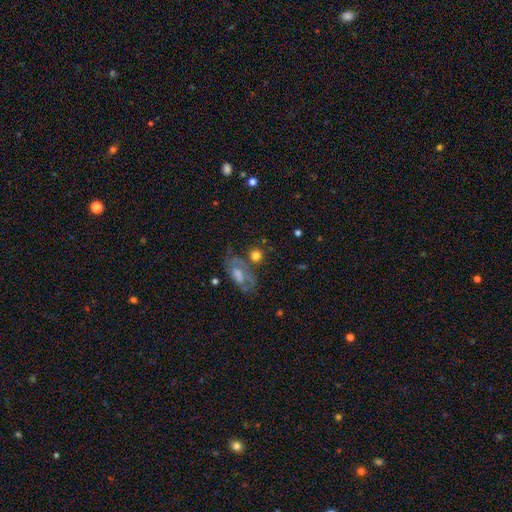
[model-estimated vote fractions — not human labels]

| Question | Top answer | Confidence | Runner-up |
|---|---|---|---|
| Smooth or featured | smooth | 63% | featured or disk (25%) |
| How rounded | round | 71% | in between (26%) |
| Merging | none | 59% | minor disturbance (17%) |